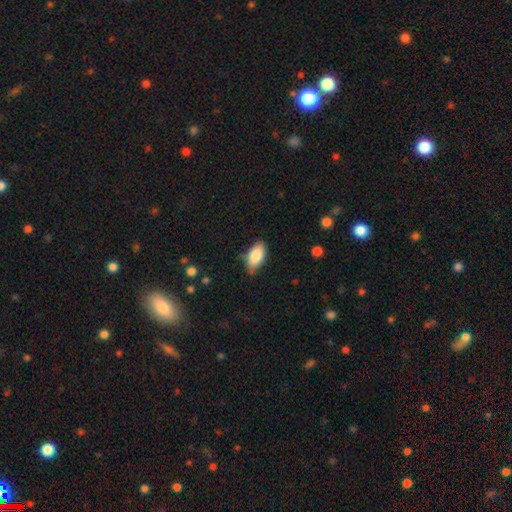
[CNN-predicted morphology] A smooth galaxy with no disk features (83%) that is in between round and cigar-shaped (91%).

Vote fractions:
- Smooth or featured? smooth: 83% / featured or disk: 11% / star or artifact: 6%
- How rounded? in between: 91% / cigar-shaped: 6% / round: 3%
- Merging? none: 75% / minor disturbance: 20% / major disturbance: 3% / merger: 2%